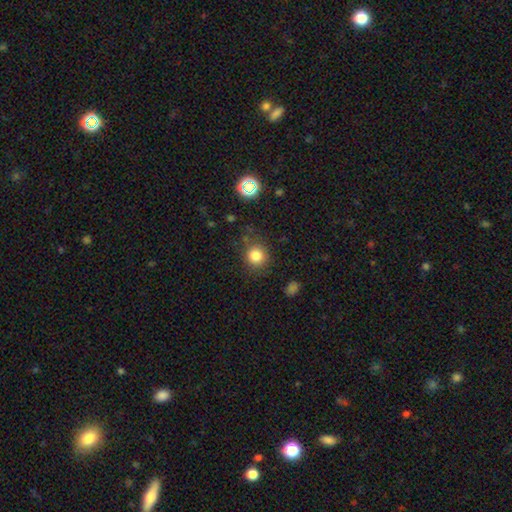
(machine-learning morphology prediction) type=smooth (82%); roundness=round (88%); merging=none (82%).